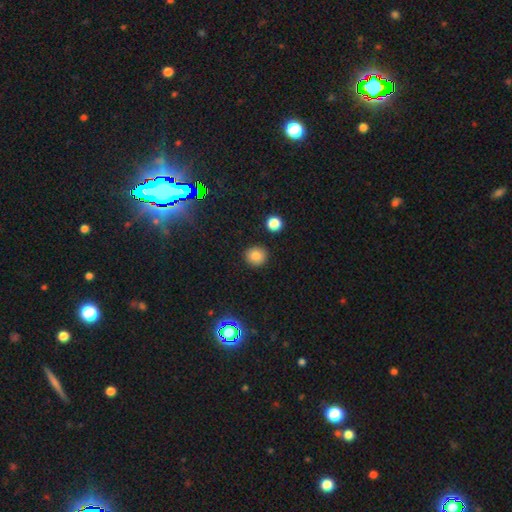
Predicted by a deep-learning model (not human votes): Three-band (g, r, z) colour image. It shows a smooth galaxy with no disk features (83%) that is round (90%). Merging: none (90%).